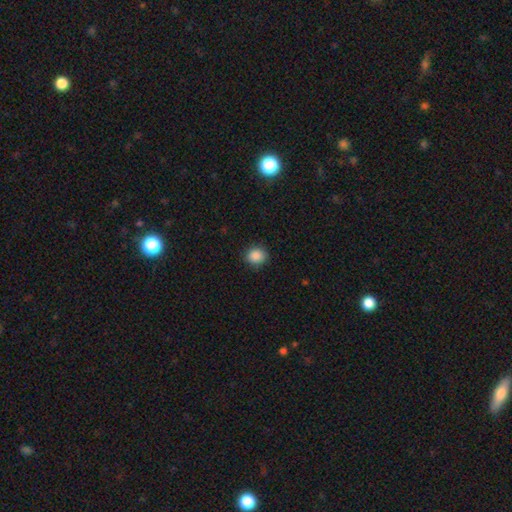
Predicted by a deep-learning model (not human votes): Smooth or featured? smooth (88%)
How rounded? round (70%)
Merging? none (88%)